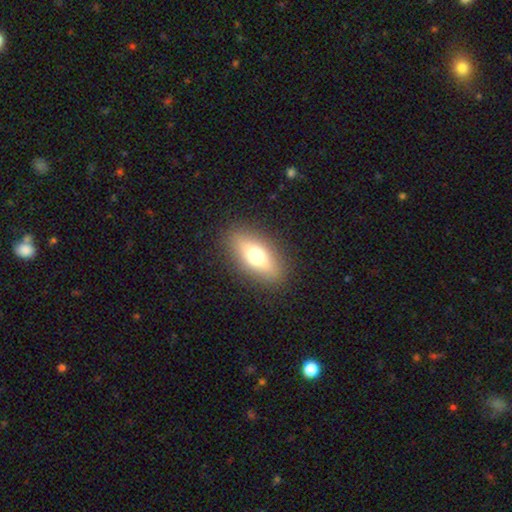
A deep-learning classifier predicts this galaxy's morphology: Overall: smooth (63%; featured or disk 28%). How rounded: in between (74%). Merging: none (88%).